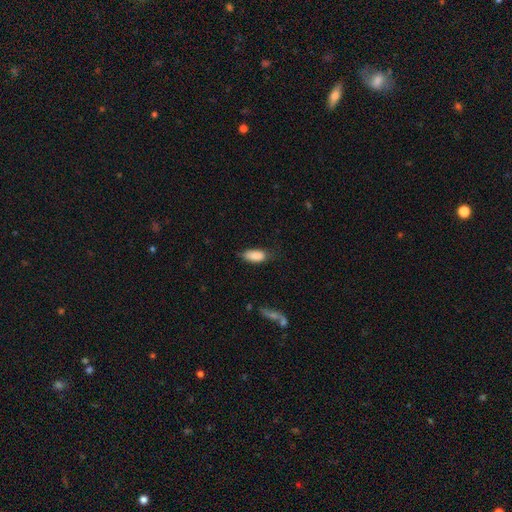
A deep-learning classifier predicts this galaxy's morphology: Overall: smooth (86%). How rounded: in between (88%). Merging: none (67%).